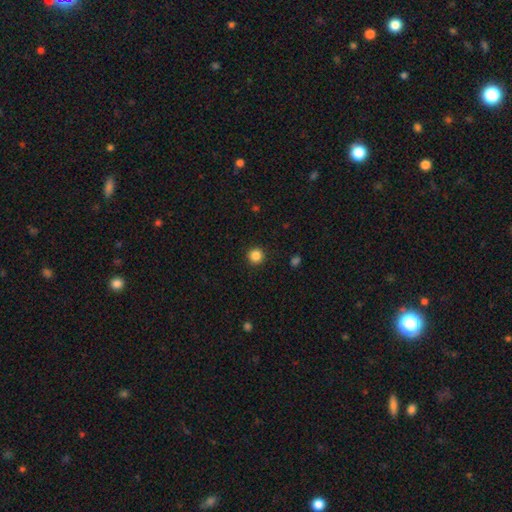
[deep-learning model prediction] The model was most divided on "smooth or featured": smooth: 86%, star or artifact: 11%, featured or disk: 3%. More confident: how rounded — round (95%); merging — none (93%).